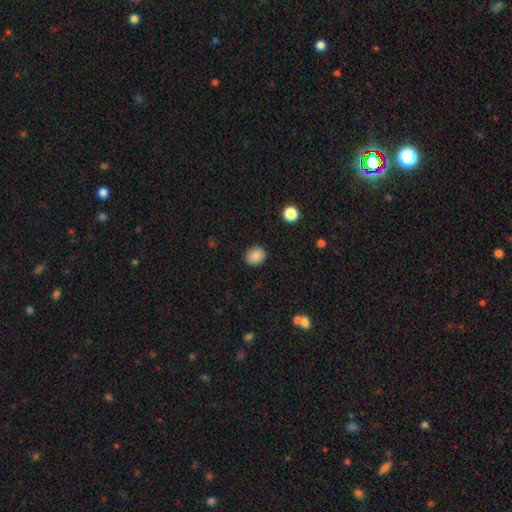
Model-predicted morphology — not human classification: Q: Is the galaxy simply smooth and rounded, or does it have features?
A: smooth — 86%.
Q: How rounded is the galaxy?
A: round — 64%.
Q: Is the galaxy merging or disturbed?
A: none — 89%.